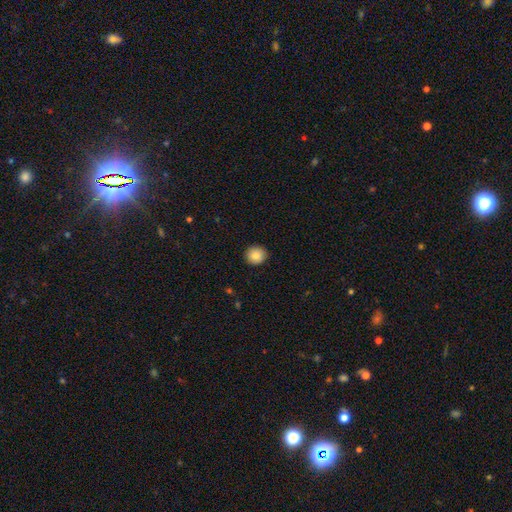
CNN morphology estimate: The model was most divided on "smooth or featured": smooth: 85%, star or artifact: 9%, featured or disk: 7%. More confident: merging — none (89%); how rounded — round (89%).